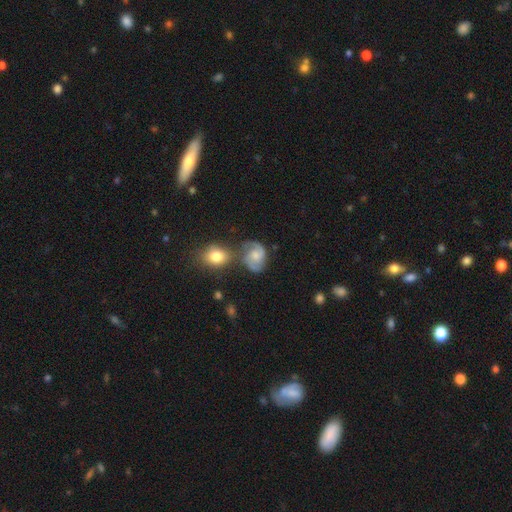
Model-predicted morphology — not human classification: This is likely a featured or disk galaxy (74%). It is clearly not viewed edge-on (98%). Bar: likely no (61%). Spiral arm pattern: clearly yes (94%). Spiral arm count: clearly 2 (88%). Spiral winding: possibly medium (54%). Central bulge: marginally moderate (44%). Merging: possibly none (54%).